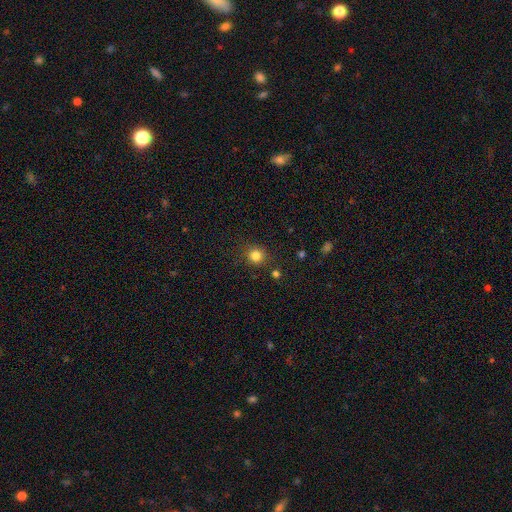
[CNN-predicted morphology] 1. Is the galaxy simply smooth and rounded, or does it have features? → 82% smooth, 13% star or artifact, 5% featured or disk.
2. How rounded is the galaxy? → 89% round, 10% in between, 1% cigar-shaped.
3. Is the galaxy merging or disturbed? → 85% none, 9% minor disturbance, 3% merger, 3% major disturbance.